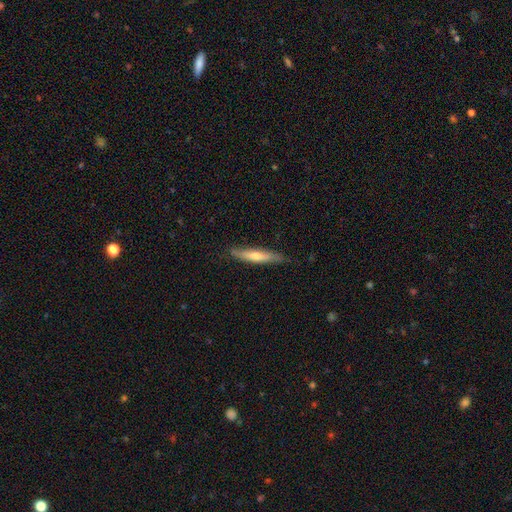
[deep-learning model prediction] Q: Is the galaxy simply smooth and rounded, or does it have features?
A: smooth — 52%.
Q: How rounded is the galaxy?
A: cigar-shaped — 89%.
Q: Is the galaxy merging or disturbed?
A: none — 81%.